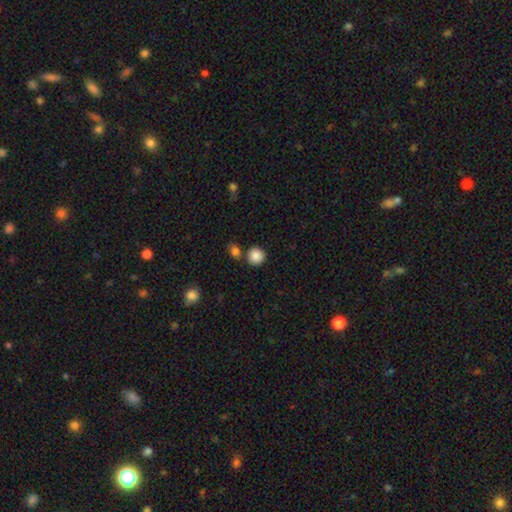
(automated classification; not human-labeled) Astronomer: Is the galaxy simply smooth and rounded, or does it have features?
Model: smooth — 87%.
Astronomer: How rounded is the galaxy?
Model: round — 91%.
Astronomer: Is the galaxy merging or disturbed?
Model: none — 76%.